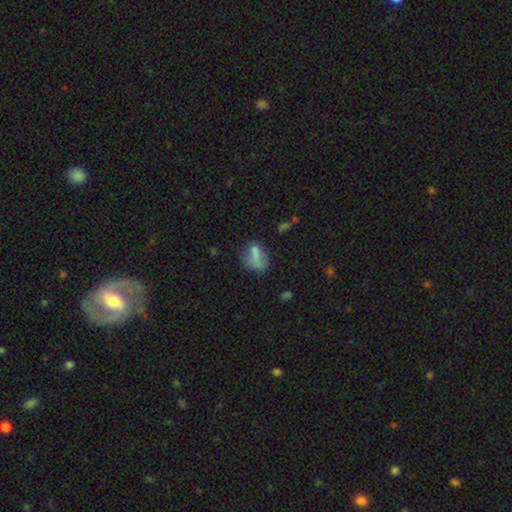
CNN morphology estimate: The model was most divided on "merging": none: 47%, minor disturbance: 25%, major disturbance: 16%, merger: 12%. More confident: smooth or featured — smooth (68%); how rounded — in between (68%).